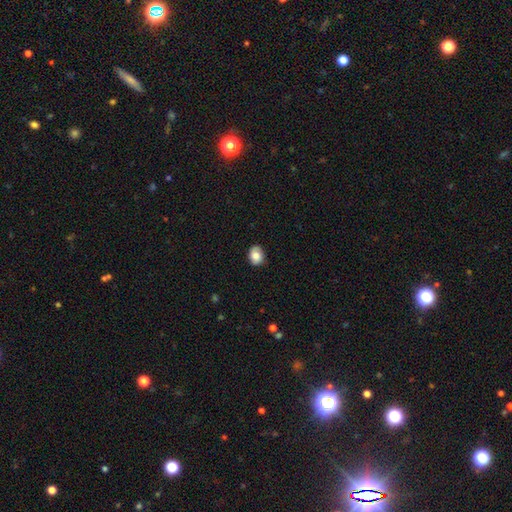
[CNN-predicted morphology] Overall: smooth (80%). How rounded: in between (53%; round 46%). Merging: none (79%).